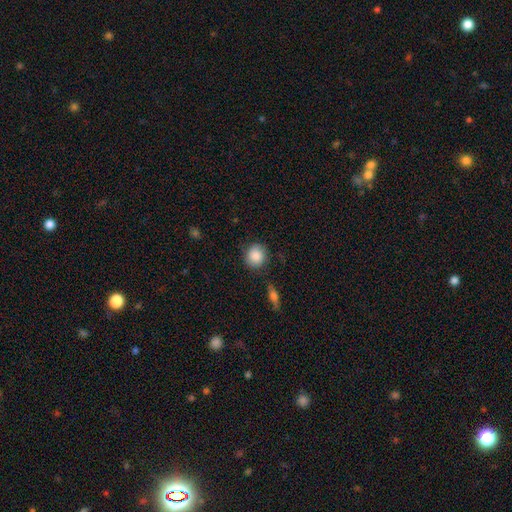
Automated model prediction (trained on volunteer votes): A smooth galaxy with no disk features (86%) that is round (82%). Merging: none (80%).